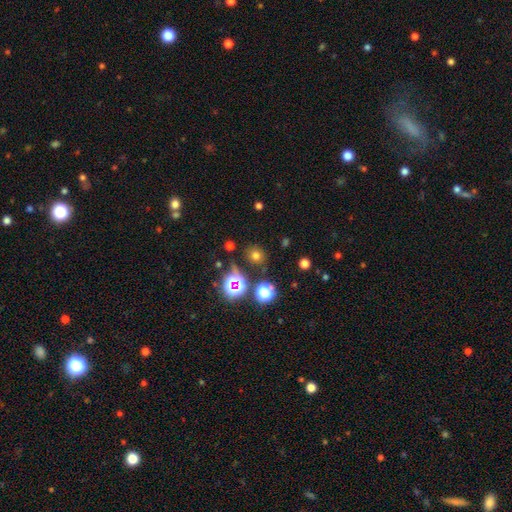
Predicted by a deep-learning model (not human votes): A smooth galaxy with no disk features (63%) that is round (80%). Merging: none (83%).